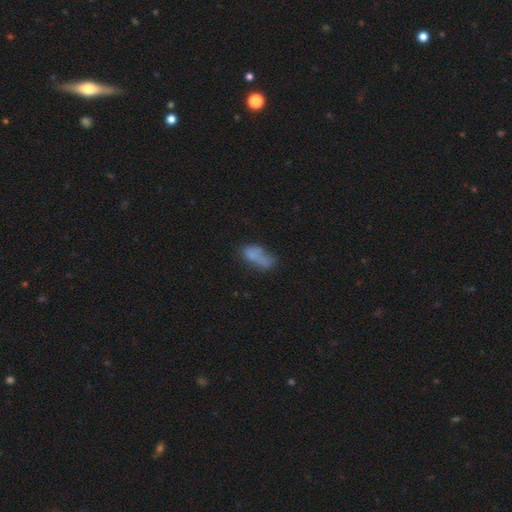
smooth_or_featured: smooth (p=0.71) [alt: featured or disk p=0.24]
how_rounded: in between (p=0.81) [alt: cigar-shaped p=0.15]
merging: none (p=0.39) [alt: minor disturbance p=0.25]